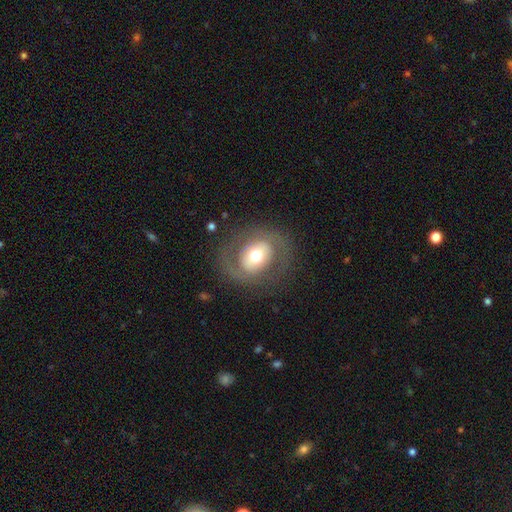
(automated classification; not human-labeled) smooth-or-featured: featured or disk: 51% | smooth: 41% | star or artifact: 7%
  disk-edge-on: no: 95% | yes: 5%
  merging: none: 77% | minor disturbance: 12% | major disturbance: 10% | merger: 1%